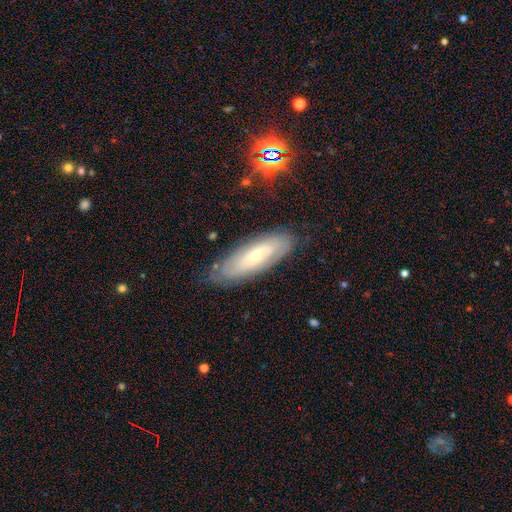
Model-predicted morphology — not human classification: A featured or disk galaxy (59%).

Vote fractions:
- Smooth or featured? featured or disk: 59% / smooth: 33% / star or artifact: 8%
- Edge-on disk? no: 78% / yes: 22%
- Merging? none: 79% / minor disturbance: 15% / major disturbance: 4% / merger: 1%